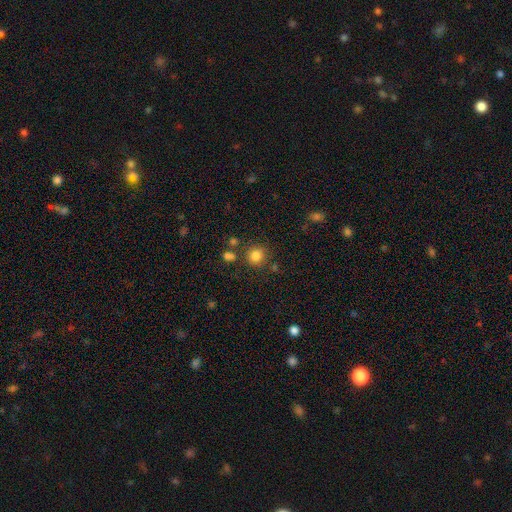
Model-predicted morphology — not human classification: The model was most divided on "smooth or featured": smooth: 82%, star or artifact: 13%, featured or disk: 5%. More confident: how rounded — round (91%); merging — none (81%).